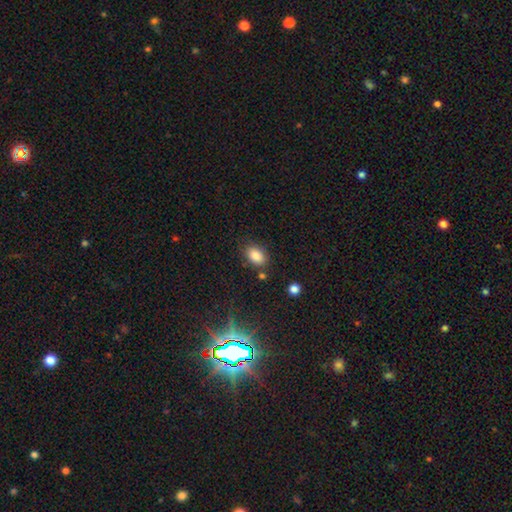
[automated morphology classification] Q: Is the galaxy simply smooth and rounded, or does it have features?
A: smooth — 85%.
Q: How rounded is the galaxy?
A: in between — 84%.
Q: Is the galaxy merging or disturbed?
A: none — 77%.